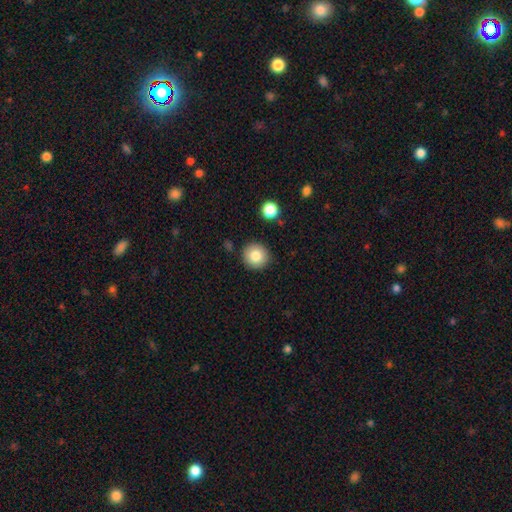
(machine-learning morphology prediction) smooth-or-featured: smooth: 82% | star or artifact: 9% | featured or disk: 9%
  how-rounded: round: 92% | in between: 7% | cigar-shaped: 1%
  merging: none: 89% | minor disturbance: 7% | merger: 2% | major disturbance: 2%